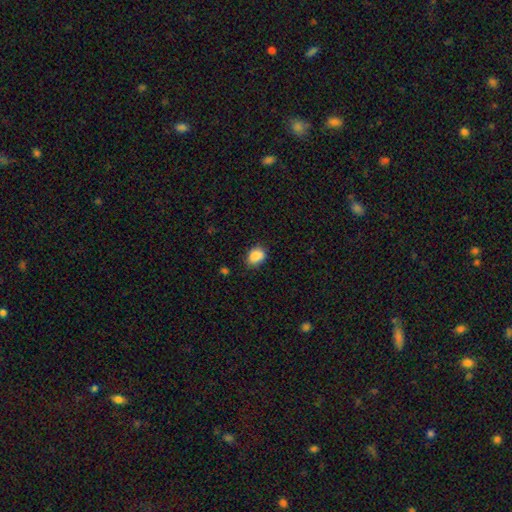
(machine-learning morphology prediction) Overall: smooth (88%). How rounded: in between (65%; round 34%). Merging: none (76%).